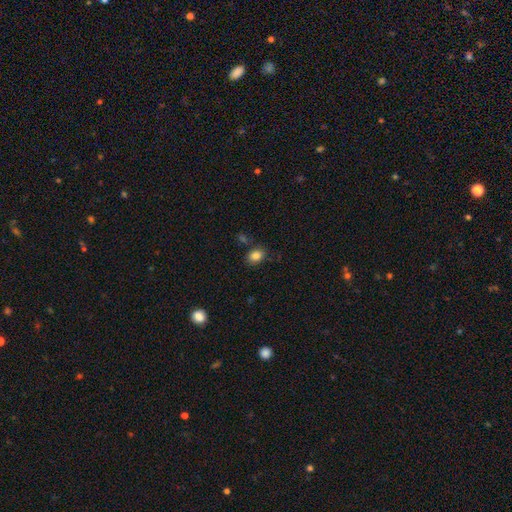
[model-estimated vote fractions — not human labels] Smooth or featured? smooth (84%)
How rounded? in between (64%)
Merging? none (77%)